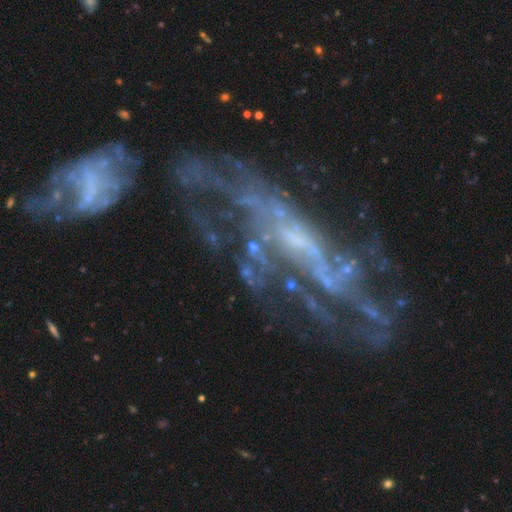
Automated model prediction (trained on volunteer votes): Smooth or featured: featured or disk — 80% (star or artifact — 12%)
Edge-on disk: no — 87% (yes — 13%)
Bar: no — 47% (weak — 35%)
Spiral arms: yes — 74% (no — 26%)
Spiral winding: loose — 45% (medium — 34%)
Spiral arm count: can't tell — 41% (2 — 24%)
Bulge size: small — 41% (none — 33%)
Merging: major disturbance — 36% (none — 35%)